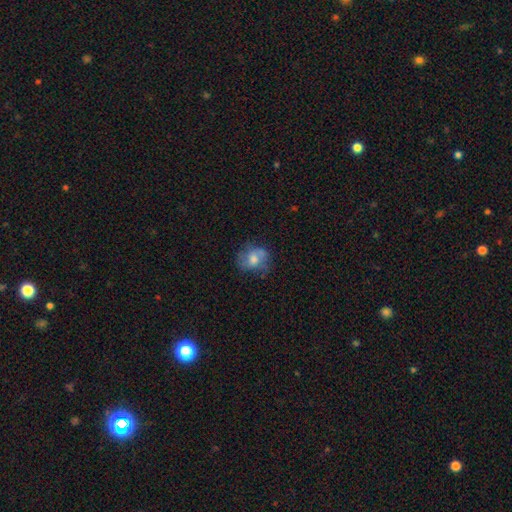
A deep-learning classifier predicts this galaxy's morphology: A featured or disk galaxy (46%). Merging: none (63%).